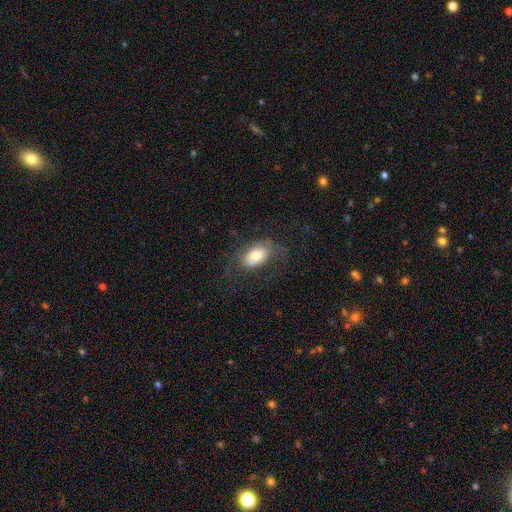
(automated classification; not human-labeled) A smooth galaxy with no disk features (63%) that is in between round and cigar-shaped (91%). Merging: none (55%).